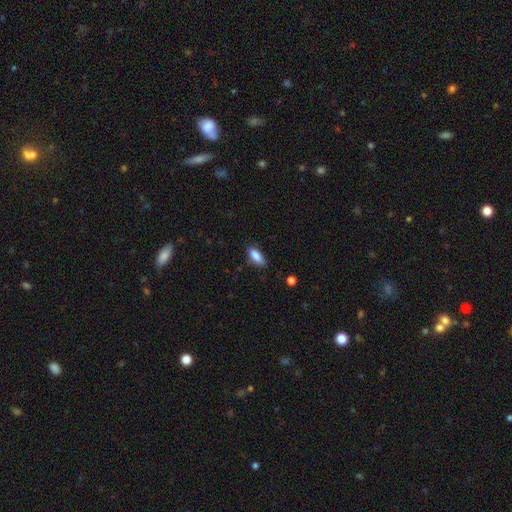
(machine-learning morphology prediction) This appears to be a smooth galaxy with no disk features (87%) that is in between round and cigar-shaped (79%). Merging: none (78%).